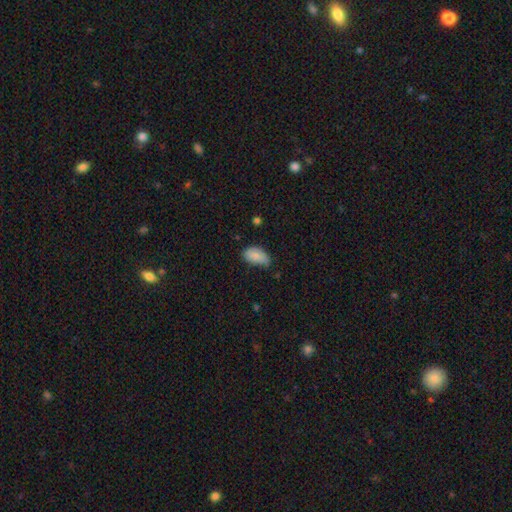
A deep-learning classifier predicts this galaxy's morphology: Smooth or featured? smooth (82%)
How rounded? in between (94%)
Merging? none (51%)